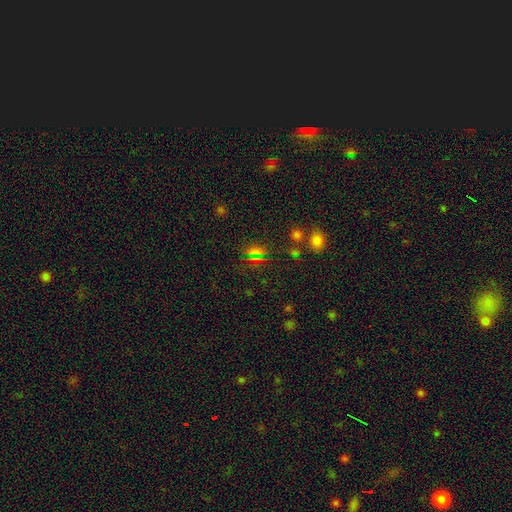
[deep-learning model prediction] star or artifact 52%, smooth 39%, featured or disk 9%.